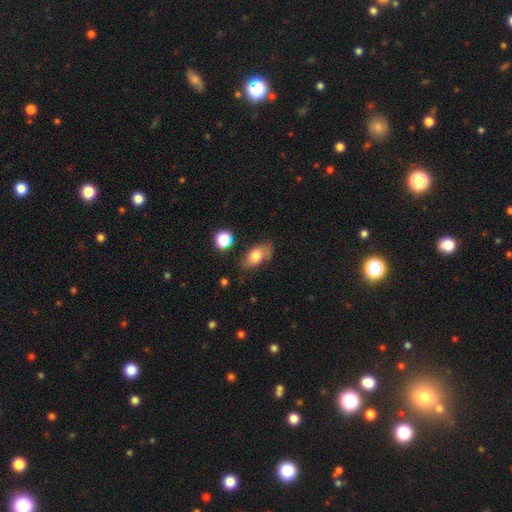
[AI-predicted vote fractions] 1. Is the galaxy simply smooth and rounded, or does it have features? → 71% smooth, 20% featured or disk, 9% star or artifact.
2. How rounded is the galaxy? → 87% in between, 10% round, 3% cigar-shaped.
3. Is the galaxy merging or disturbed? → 61% none, 25% minor disturbance, 9% major disturbance, 4% merger.